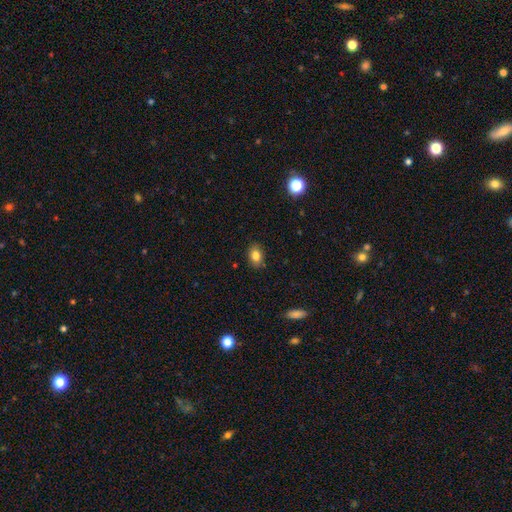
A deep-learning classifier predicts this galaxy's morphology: Overall: smooth (83%). How rounded: in between (75%). Merging: none (86%).